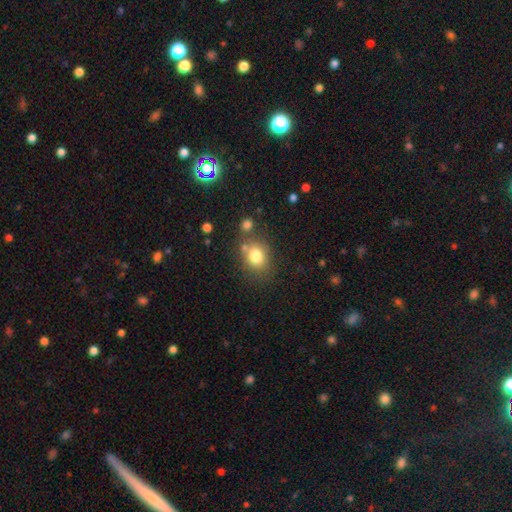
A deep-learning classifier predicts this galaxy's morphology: smooth-or-featured: smooth: 79% | star or artifact: 11% | featured or disk: 10%
  how-rounded: round: 56% | in between: 43% | cigar-shaped: 1%
  merging: none: 66% | merger: 14% | minor disturbance: 14% | major disturbance: 6%